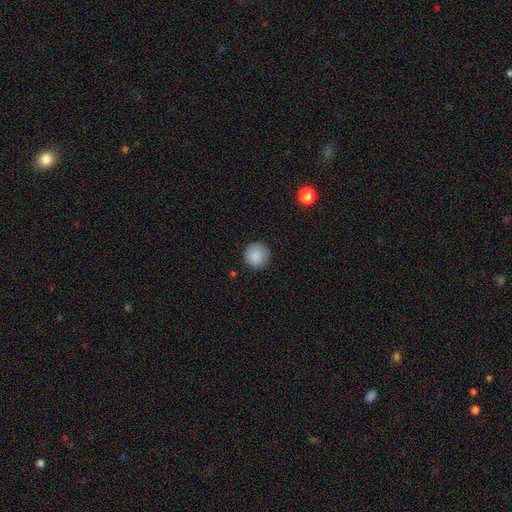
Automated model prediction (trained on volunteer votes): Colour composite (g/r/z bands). It shows a smooth galaxy with no disk features (89%) that is round (95%). Merging: none (89%).